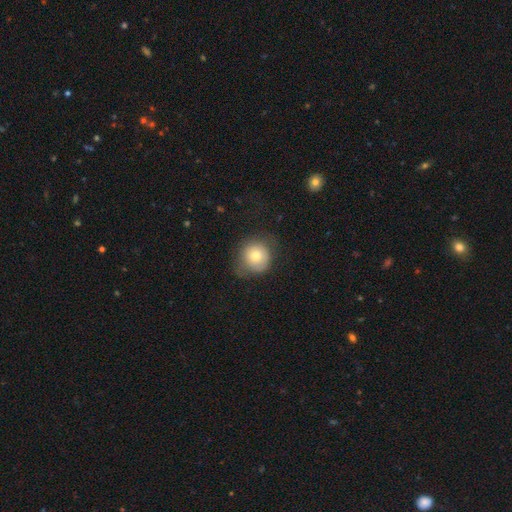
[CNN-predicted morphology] Smooth or featured?
  - smooth: 71% *
  - featured or disk: 19%
  - star or artifact: 9%
How rounded?
  - round: 88% *
  - in between: 11%
  - cigar-shaped: 1%
Merging?
  - none: 57% *
  - minor disturbance: 28%
  - major disturbance: 14%
  - merger: 1%